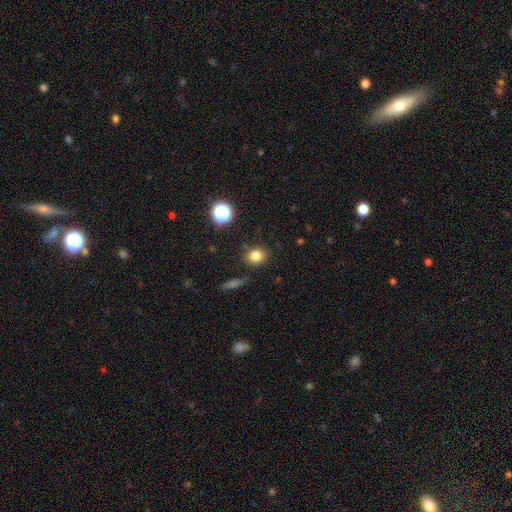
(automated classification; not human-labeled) Smooth or featured? Predicted: smooth (p=0.80). How rounded? Predicted: round (p=0.69). Merging? Predicted: none (p=0.83).